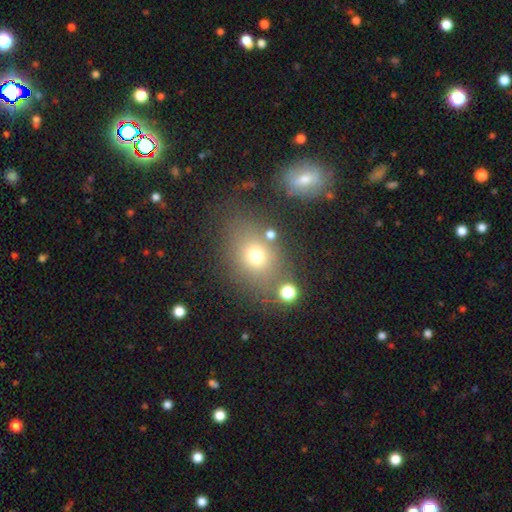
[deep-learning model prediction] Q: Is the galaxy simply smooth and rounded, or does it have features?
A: smooth — 66%.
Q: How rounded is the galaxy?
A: round — 54%.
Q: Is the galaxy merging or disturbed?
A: none — 68%.